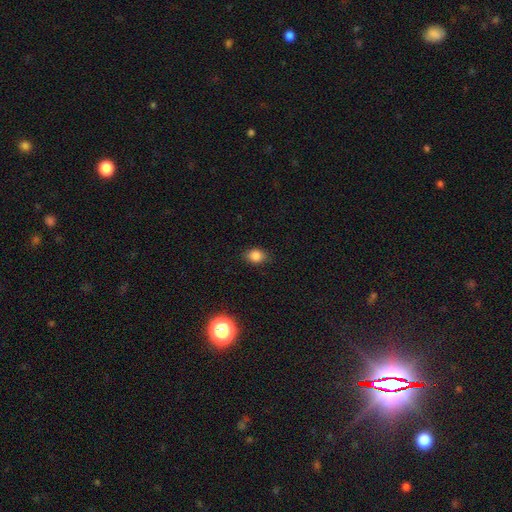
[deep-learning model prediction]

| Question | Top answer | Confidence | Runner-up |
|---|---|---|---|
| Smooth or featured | smooth | 83% | star or artifact (12%) |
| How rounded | in between | 57% | round (41%) |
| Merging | none | 83% | minor disturbance (13%) |